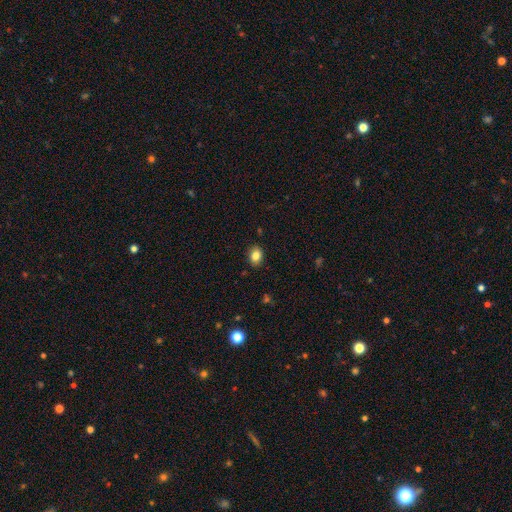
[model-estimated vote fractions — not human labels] smooth 84%, star or artifact 10%, featured or disk 7%. Down the decision tree: how rounded — in between (66%); merging — none (88%).